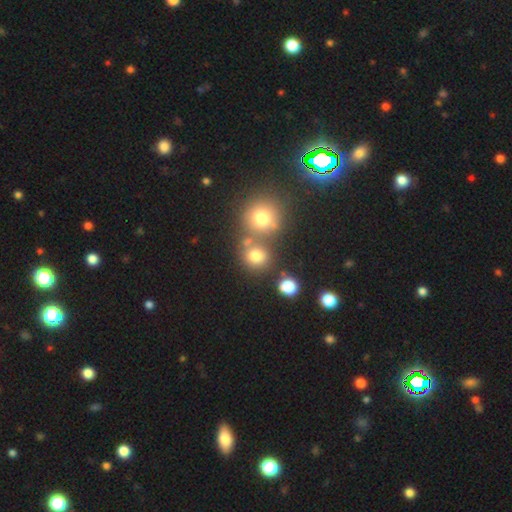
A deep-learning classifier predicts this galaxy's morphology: This appears to be a smooth galaxy with no disk features (74%) that is round (84%). Merging: none (60%).